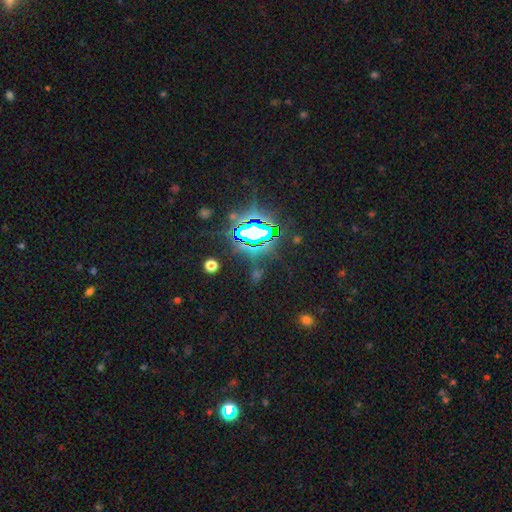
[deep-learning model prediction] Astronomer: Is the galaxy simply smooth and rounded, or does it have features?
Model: star or artifact — 82%.